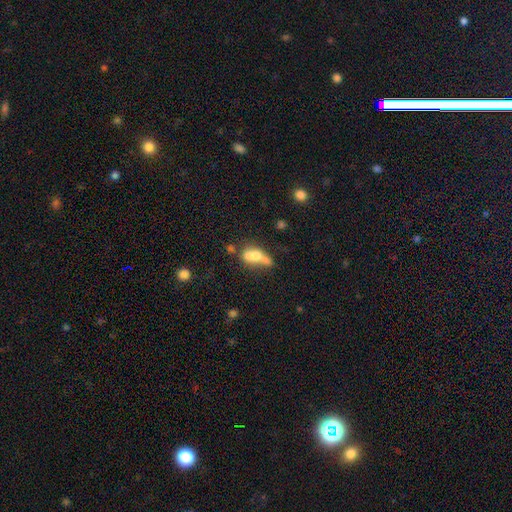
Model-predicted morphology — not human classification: smooth_or_featured: smooth (p=0.56) [alt: featured or disk p=0.33]
how_rounded: in between (p=0.54) [alt: round p=0.35]
merging: merger (p=0.61) [alt: none p=0.21]